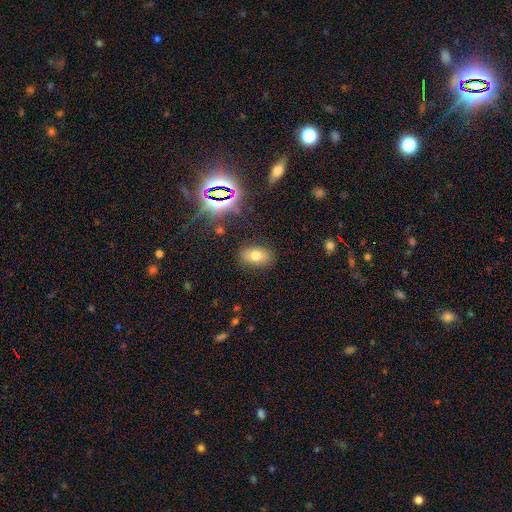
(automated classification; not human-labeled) A smooth galaxy with no disk features (68%) that is in between round and cigar-shaped (87%).

Vote fractions:
- Smooth or featured? smooth: 68% / star or artifact: 18% / featured or disk: 14%
- How rounded? in between: 87% / round: 11% / cigar-shaped: 2%
- Merging? none: 85% / minor disturbance: 10% / major disturbance: 3% / merger: 2%